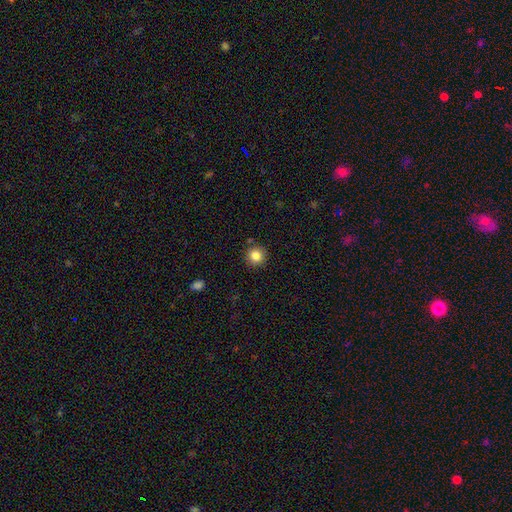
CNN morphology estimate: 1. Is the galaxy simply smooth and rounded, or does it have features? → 84% smooth, 10% star or artifact, 5% featured or disk.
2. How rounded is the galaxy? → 95% round, 4% in between, 1% cigar-shaped.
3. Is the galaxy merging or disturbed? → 89% none, 7% minor disturbance, 2% merger, 2% major disturbance.